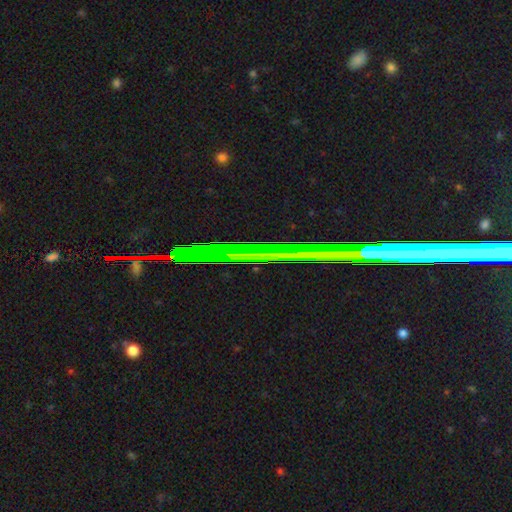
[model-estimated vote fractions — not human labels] Smooth or featured?
  - star or artifact: 77% *
  - featured or disk: 14%
  - smooth: 9%